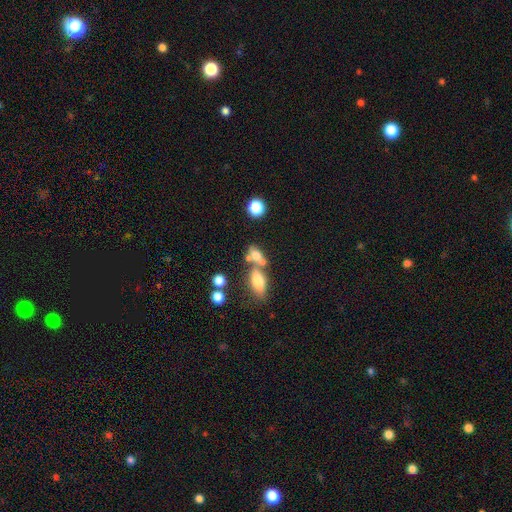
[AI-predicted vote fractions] A smooth galaxy with no disk features (67%) that is in between round and cigar-shaped (69%).

Vote fractions:
- Smooth or featured? smooth: 67% / featured or disk: 20% / star or artifact: 13%
- How rounded? in between: 69% / round: 17% / cigar-shaped: 13%
- Merging? merger: 48% / none: 34% / minor disturbance: 11% / major disturbance: 6%